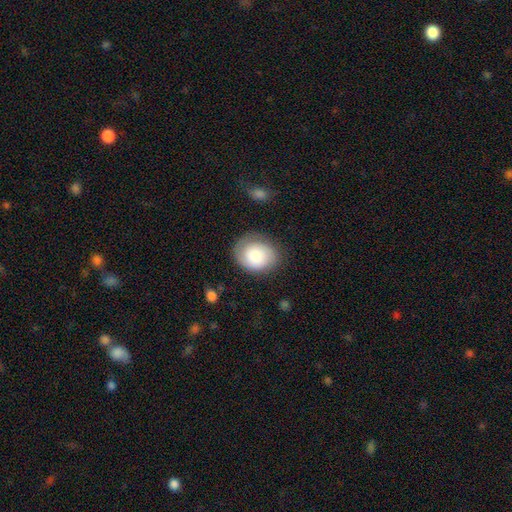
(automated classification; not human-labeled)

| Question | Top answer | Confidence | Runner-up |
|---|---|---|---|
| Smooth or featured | smooth | 73% | featured or disk (20%) |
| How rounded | round | 57% | in between (42%) |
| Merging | none | 73% | minor disturbance (19%) |